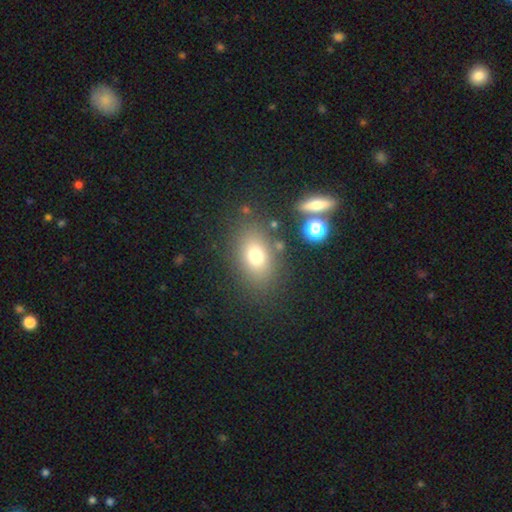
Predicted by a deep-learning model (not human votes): smooth-or-featured: smooth: 73% | star or artifact: 15% | featured or disk: 13%
  how-rounded: in between: 72% | round: 26% | cigar-shaped: 2%
  merging: none: 80% | minor disturbance: 11% | major disturbance: 5% | merger: 4%